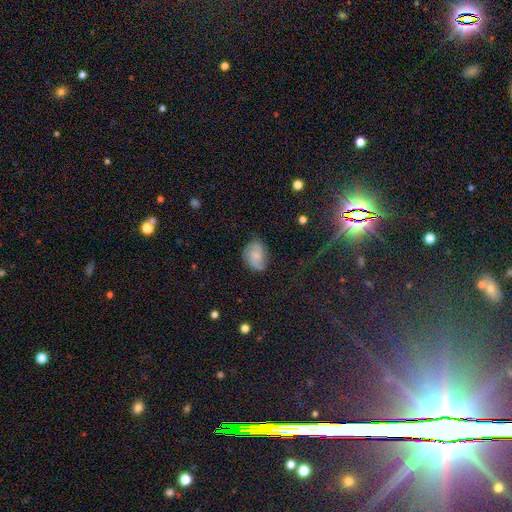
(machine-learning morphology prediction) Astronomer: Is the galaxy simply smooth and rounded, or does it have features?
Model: featured or disk — 56% (runner-up: smooth, 35%).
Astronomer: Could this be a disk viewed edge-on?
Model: no — 97%.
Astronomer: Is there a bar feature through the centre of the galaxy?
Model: no — 69%.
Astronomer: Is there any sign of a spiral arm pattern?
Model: yes — 92%.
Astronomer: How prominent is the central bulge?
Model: small — 57%.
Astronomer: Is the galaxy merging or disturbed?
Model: none — 71%.